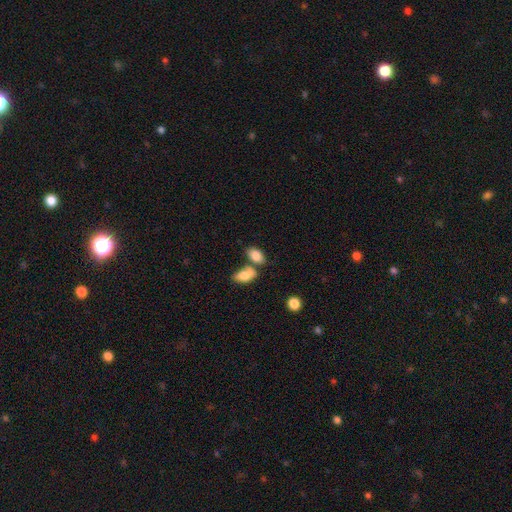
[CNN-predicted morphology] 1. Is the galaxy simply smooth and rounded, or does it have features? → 84% smooth, 9% featured or disk, 7% star or artifact.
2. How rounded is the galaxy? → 92% in between, 6% round, 2% cigar-shaped.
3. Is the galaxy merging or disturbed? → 50% none, 33% merger, 13% minor disturbance, 4% major disturbance.